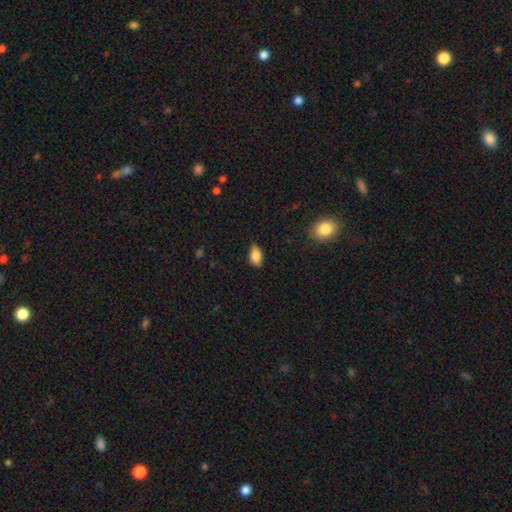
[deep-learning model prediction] The model was most divided on "merging": none: 74%, minor disturbance: 22%, major disturbance: 3%, merger: 1%. More confident: how rounded — in between (88%); smooth or featured — smooth (84%).